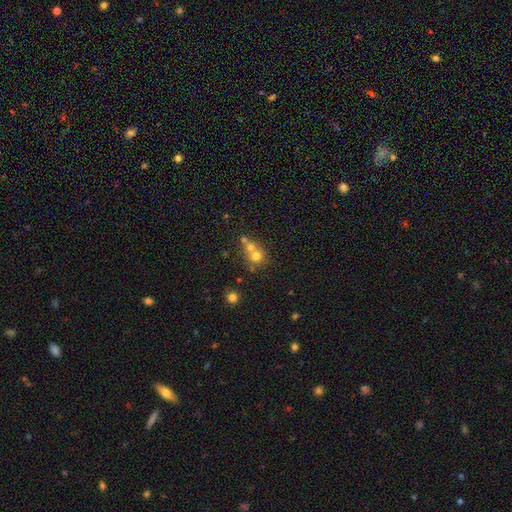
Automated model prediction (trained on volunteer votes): Overall: smooth (68%). How rounded: round (85%). Merging: merger (50%; none 40%).